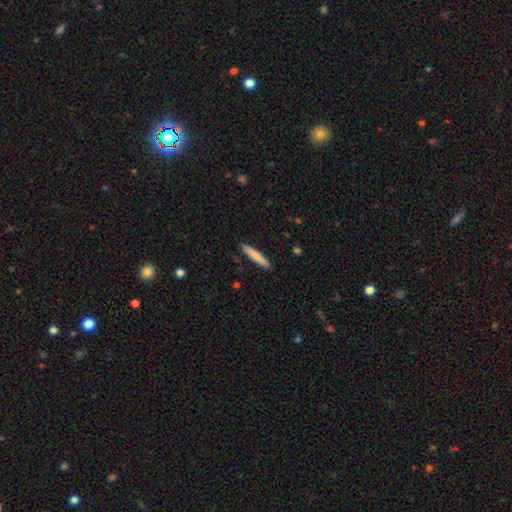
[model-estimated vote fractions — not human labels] Smooth or featured? smooth (80%)
How rounded? cigar-shaped (94%)
Merging? none (91%)